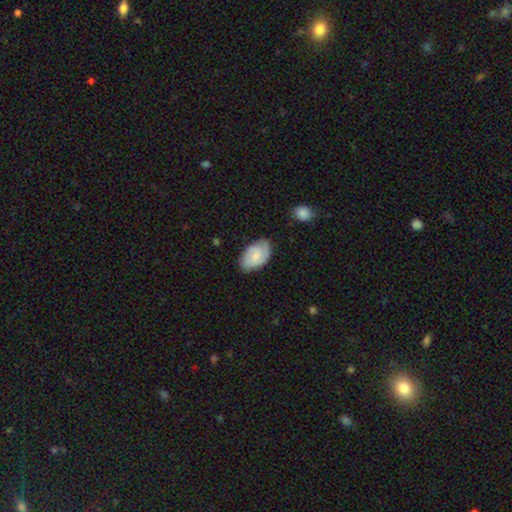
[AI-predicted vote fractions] Overall: smooth (63%; featured or disk 30%). How rounded: in between (92%). Merging: none (71%).